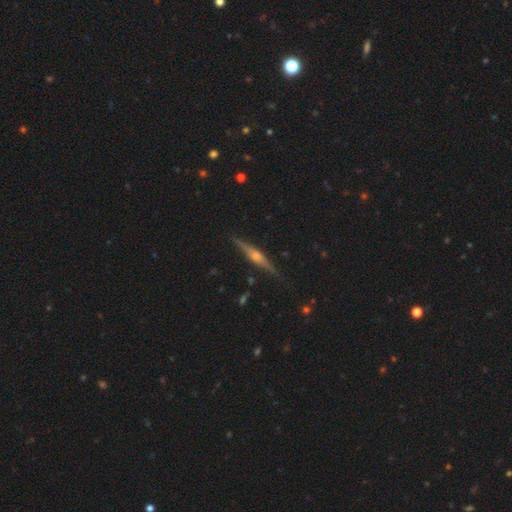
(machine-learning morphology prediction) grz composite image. It shows a featured or disk galaxy (80%) viewed edge-on (98%) with a rounded central bulge (87%). Merging: none (89%).